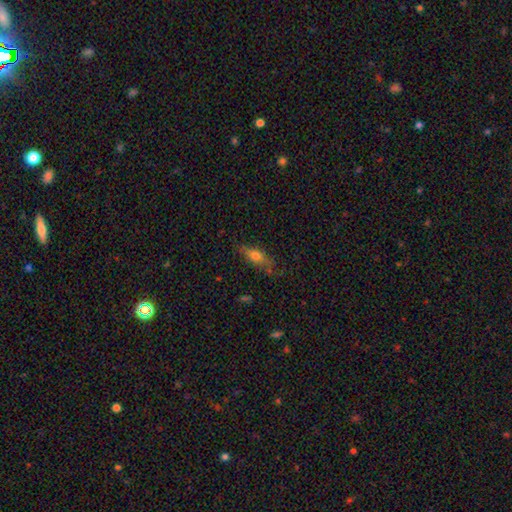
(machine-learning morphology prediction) Smooth or featured: smooth — 56% (featured or disk — 33%)
How rounded: in between — 53% (cigar-shaped — 43%)
Merging: none — 69% (minor disturbance — 22%)